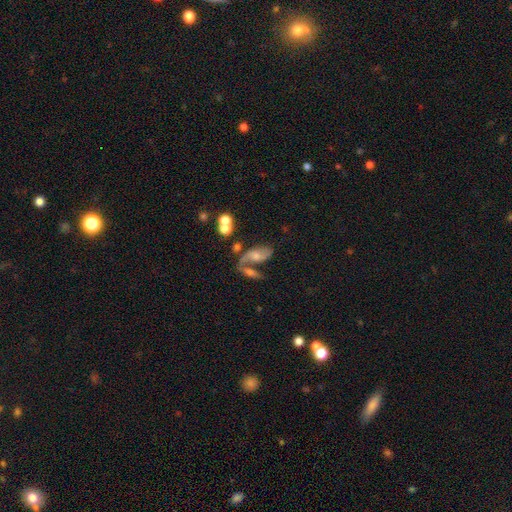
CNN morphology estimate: smooth_or_featured: featured or disk (p=0.58) [alt: smooth p=0.31]
disk_edge_on: no (p=0.92) [alt: yes p=0.08]
bar: no (p=0.67) [alt: weak p=0.26]
has_spiral_arms: yes (p=0.76) [alt: no p=0.24]
bulge_size: moderate (p=0.41) [alt: small p=0.39]
merging: merger (p=0.39) [alt: none p=0.29]